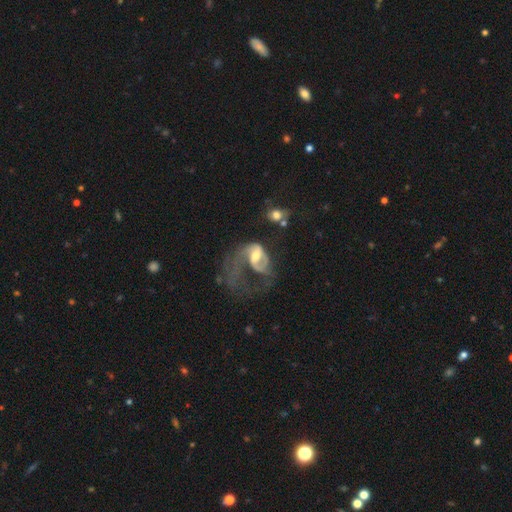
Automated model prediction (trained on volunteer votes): This is likely a featured or disk galaxy (74%). It is clearly not viewed edge-on (97%). Bar: marginally no (44%). Spiral arm pattern: likely yes (80%). Spiral arm count: possibly 1 (54%). Spiral winding: possibly loose (50%). Central bulge: likely moderate (63%). Merging: likely major disturbance (62%).